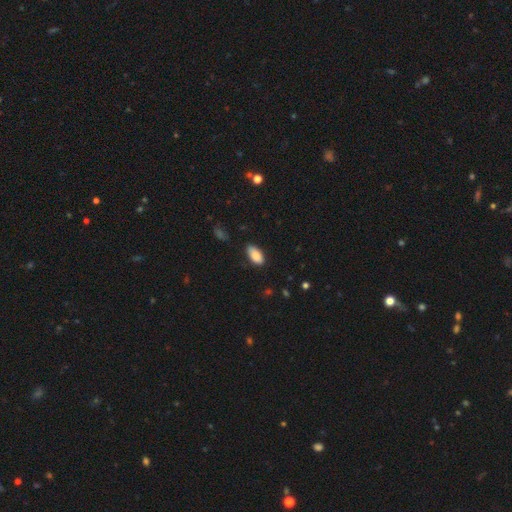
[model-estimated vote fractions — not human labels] This is clearly a smooth galaxy (87%). How rounded: clearly in between (93%). Merging: likely none (79%).